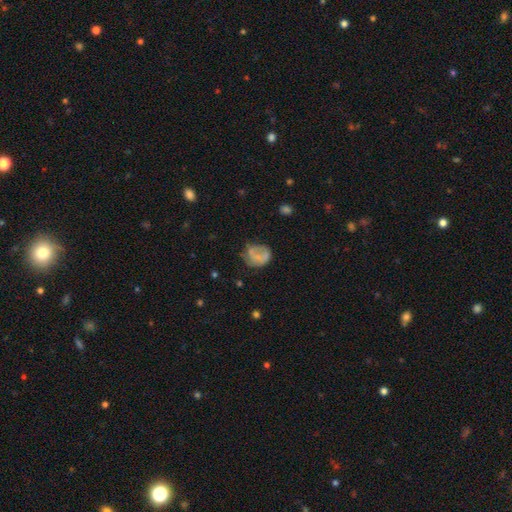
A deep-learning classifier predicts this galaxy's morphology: type=smooth (59%); roundness=round (61%); merging=none (40%).